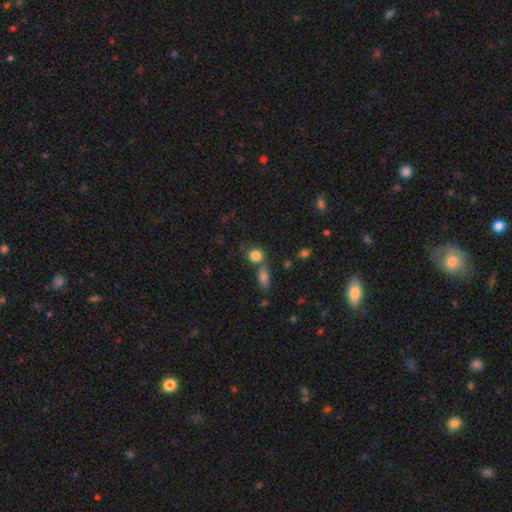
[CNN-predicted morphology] Smooth or featured: smooth — 83% (star or artifact — 10%)
How rounded: round — 74% (in between — 24%)
Merging: none — 55% (merger — 29%)